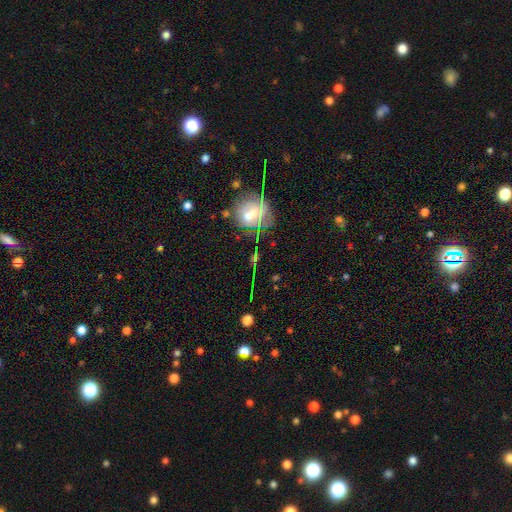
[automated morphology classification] Q: Smooth or featured?
A: featured or disk (39%); runner-up: star or artifact (36%)
Q: Merging?
A: none (71%); runner-up: minor disturbance (14%)